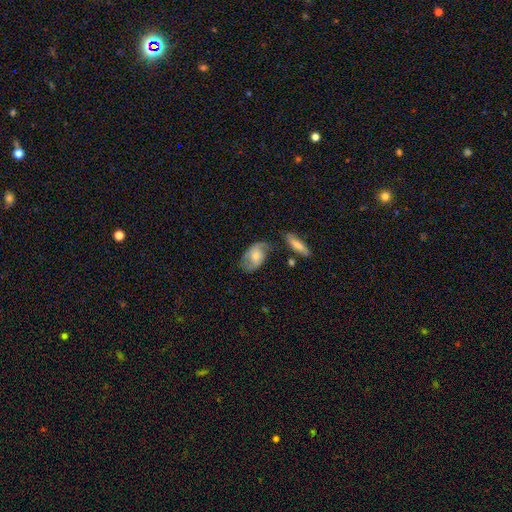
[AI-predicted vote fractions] smooth_or_featured: smooth (p=0.51) [alt: featured or disk p=0.42]
how_rounded: in between (p=0.88) [alt: round p=0.09]
merging: none (p=0.54) [alt: minor disturbance p=0.28]